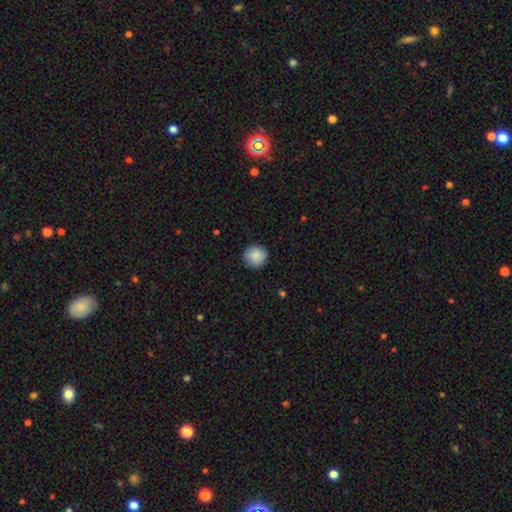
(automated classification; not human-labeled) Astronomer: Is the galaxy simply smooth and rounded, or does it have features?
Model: smooth — 87%.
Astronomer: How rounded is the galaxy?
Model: round — 93%.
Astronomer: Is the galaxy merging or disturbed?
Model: none — 88%.